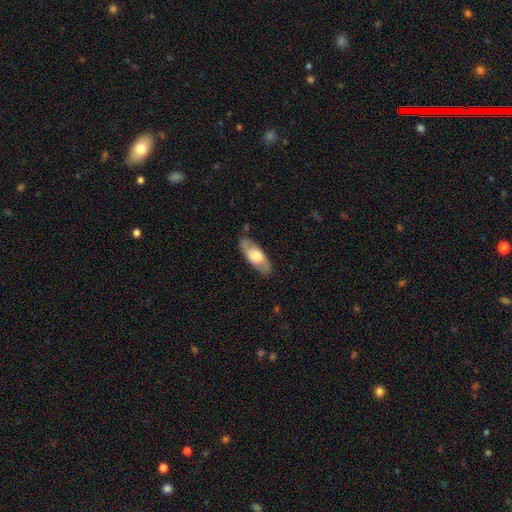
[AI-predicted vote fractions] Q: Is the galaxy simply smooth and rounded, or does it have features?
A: smooth — 54%.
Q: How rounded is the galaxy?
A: in between — 72%.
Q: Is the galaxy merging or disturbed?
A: none — 83%.